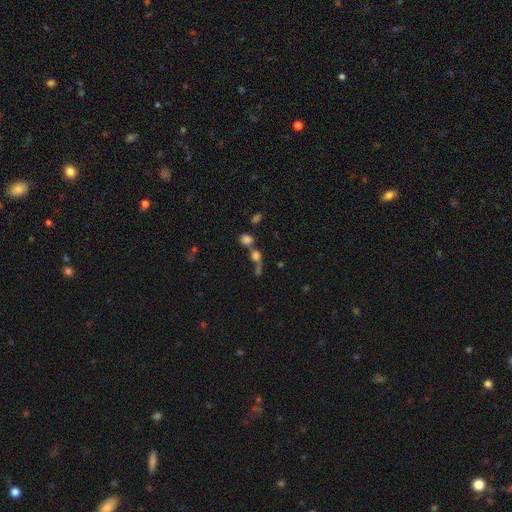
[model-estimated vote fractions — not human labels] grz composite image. It shows a smooth galaxy with no disk features (62%) that is round (58%). Merging: merger (49%).